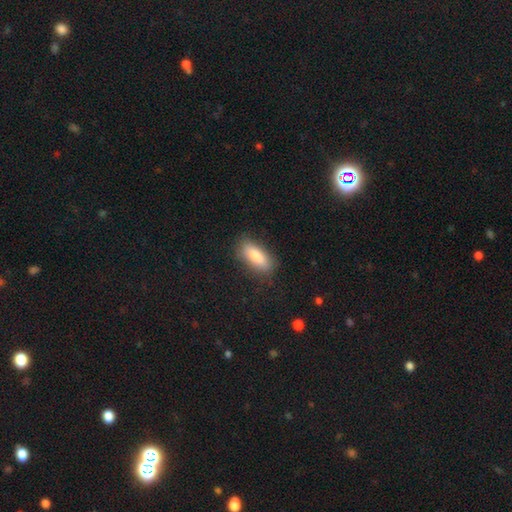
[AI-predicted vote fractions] smooth-or-featured: smooth: 83% | featured or disk: 9% | star or artifact: 7%
  how-rounded: in between: 76% | cigar-shaped: 22% | round: 2%
  merging: none: 83% | minor disturbance: 13% | major disturbance: 3% | merger: 1%